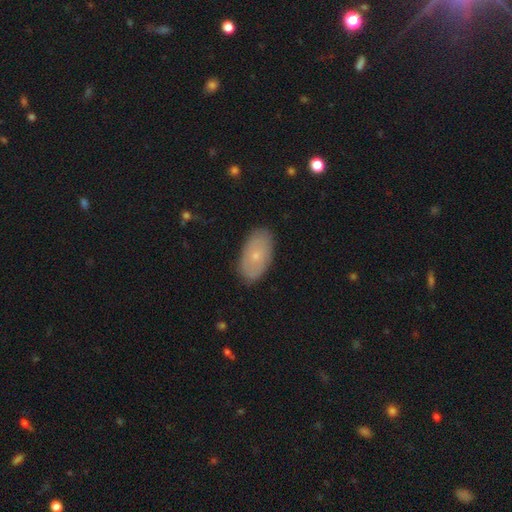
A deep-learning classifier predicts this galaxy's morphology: smooth_or_featured: smooth (p=0.61) [alt: featured or disk p=0.32]
how_rounded: in between (p=0.94) [alt: round p=0.04]
merging: none (p=0.86) [alt: minor disturbance p=0.11]